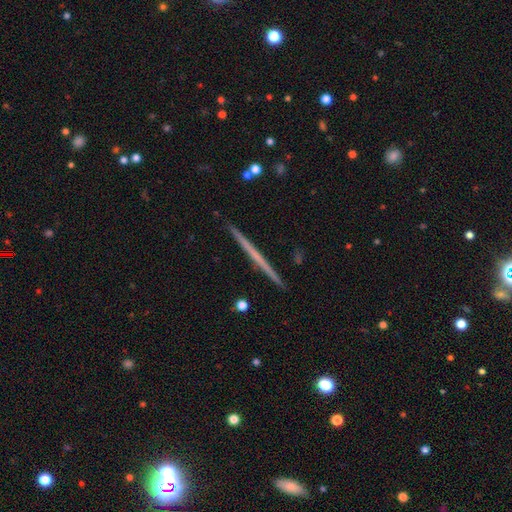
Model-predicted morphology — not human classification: smooth_or_featured: featured or disk (p=0.64) [alt: smooth p=0.30]
disk_edge_on: yes (p=0.98) [alt: no p=0.02]
edge_on_bulge: none (p=0.85) [alt: rounded p=0.12]
merging: none (p=0.93) [alt: minor disturbance p=0.05]